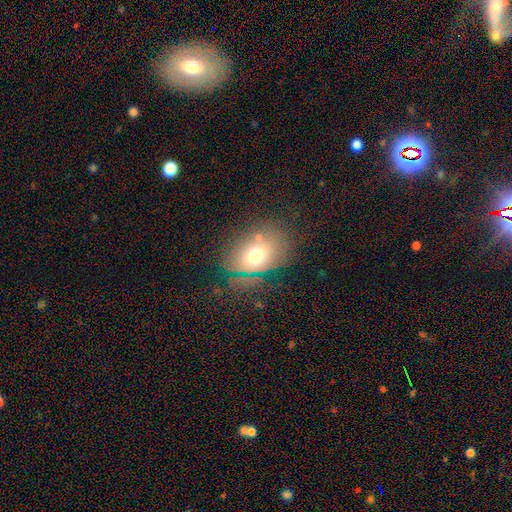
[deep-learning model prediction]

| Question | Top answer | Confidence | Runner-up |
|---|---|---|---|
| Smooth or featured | smooth | 67% | featured or disk (19%) |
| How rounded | in between | 76% | round (22%) |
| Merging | none | 67% | minor disturbance (19%) |